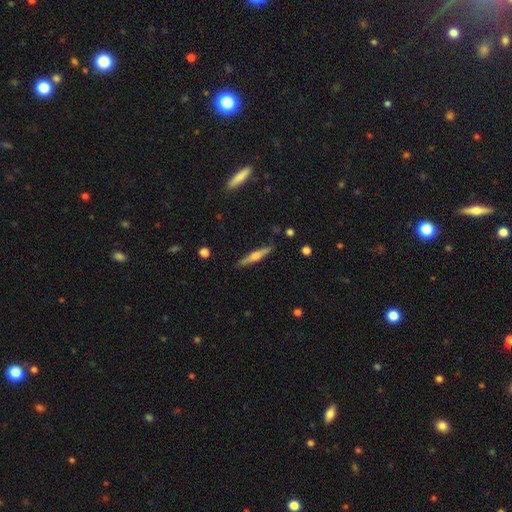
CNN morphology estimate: featured or disk 54%, smooth 40%, star or artifact 6%. Down the decision tree: edge-on disk — yes (96%); edge-on bulge — rounded (80%); merging — none (88%).